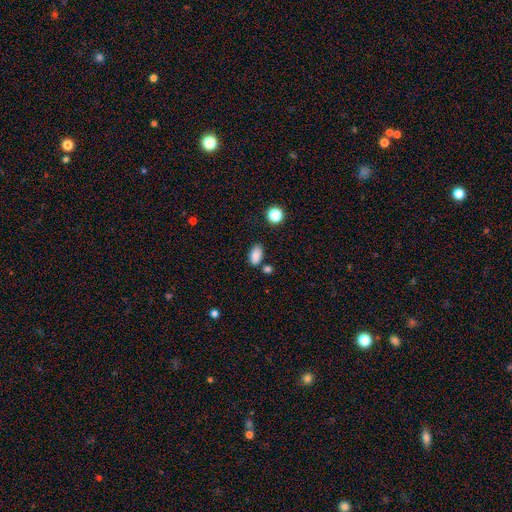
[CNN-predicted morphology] A smooth galaxy with no disk features (86%) that is in between round and cigar-shaped (91%). Merging: none (74%).